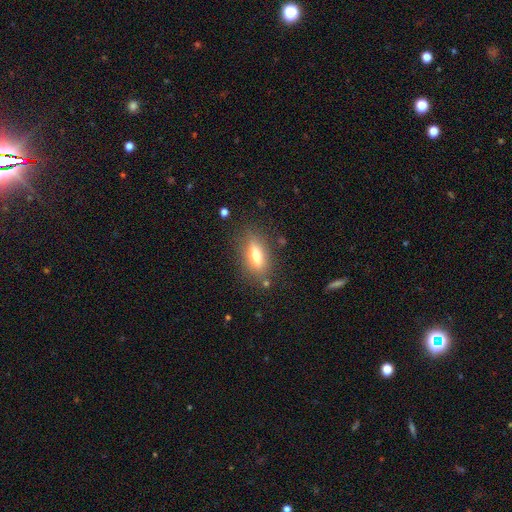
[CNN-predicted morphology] This is likely a smooth galaxy (67%). How rounded: likely in between (68%). Merging: clearly none (80%).